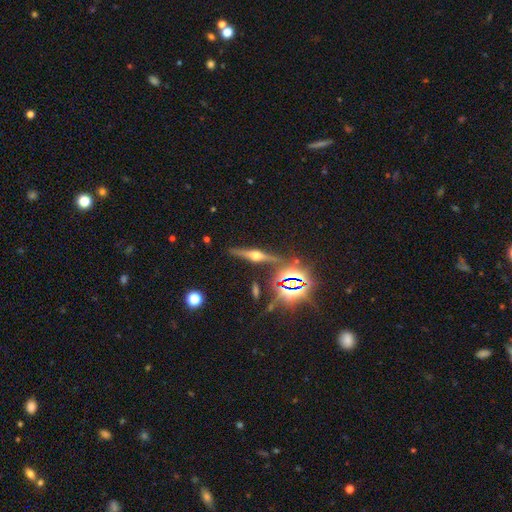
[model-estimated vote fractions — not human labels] Smooth or featured: featured or disk — 69% (star or artifact — 17%)
Edge-on disk: yes — 96% (no — 4%)
Edge-on bulge: rounded — 94% (boxy — 4%)
Merging: none — 85% (minor disturbance — 9%)